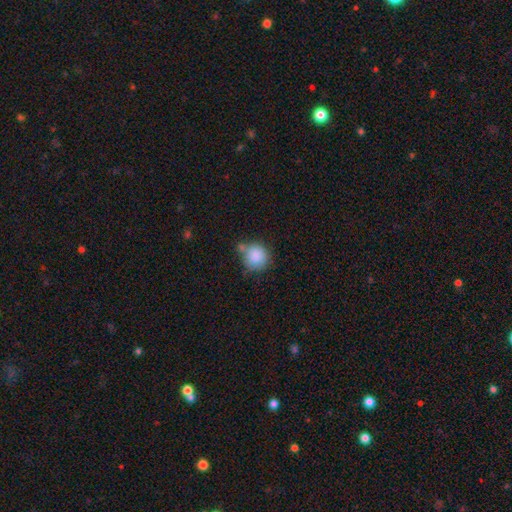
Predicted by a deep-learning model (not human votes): This is clearly a smooth galaxy (86%). How rounded: clearly round (87%). Merging: possibly none (55%).